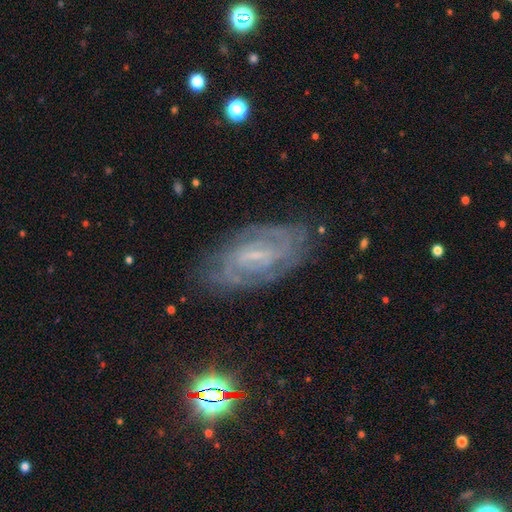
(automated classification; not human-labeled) Overall: featured or disk (79%). Edge-on disk: no (94%). Bar: weak (52%; no 25%). Spiral arms: yes (90%). Spiral arm count: 2 (43%; can't tell 36%). Spiral winding: tight (57%; medium 34%). Bulge size: small (67%). Merging: none (77%).